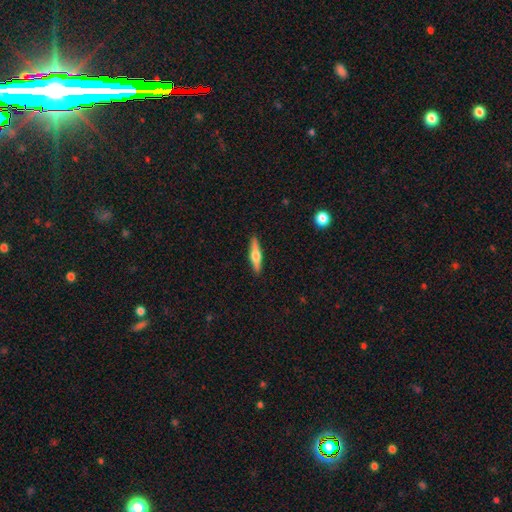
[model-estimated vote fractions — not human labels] Smooth or featured?
  - featured or disk: 57% *
  - smooth: 38%
  - star or artifact: 5%
Edge-on disk?
  - yes: 96% *
  - no: 4%
Edge-on bulge?
  - rounded: 93% *
  - boxy: 4%
  - none: 3%
Merging?
  - none: 91% *
  - minor disturbance: 6%
  - major disturbance: 1%
  - merger: 1%